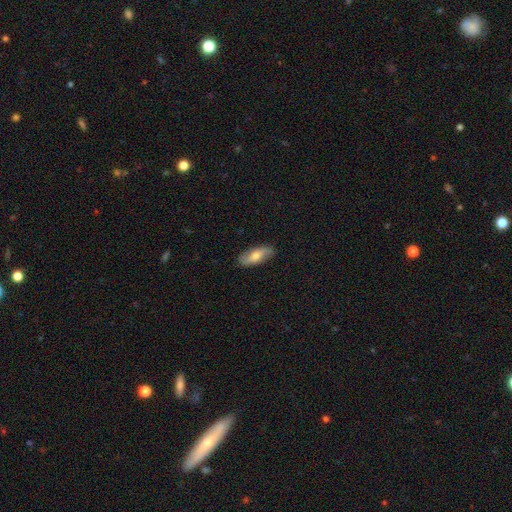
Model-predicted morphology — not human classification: A smooth galaxy with no disk features (55%) that is in between round and cigar-shaped (75%).

Vote fractions:
- Smooth or featured? smooth: 55% / featured or disk: 39% / star or artifact: 6%
- How rounded? in between: 75% / cigar-shaped: 21% / round: 3%
- Merging? none: 85% / minor disturbance: 12% / major disturbance: 2% / merger: 1%